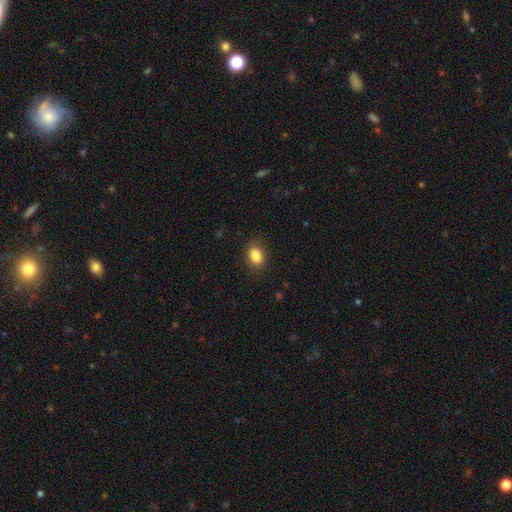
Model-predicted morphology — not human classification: Overall: smooth (86%). How rounded: in between (78%). Merging: none (84%).